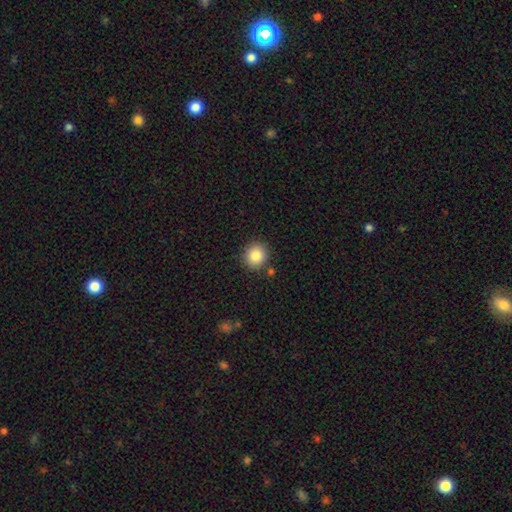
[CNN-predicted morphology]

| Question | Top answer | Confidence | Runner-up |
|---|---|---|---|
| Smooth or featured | smooth | 85% | star or artifact (9%) |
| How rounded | round | 87% | in between (12%) |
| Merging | none | 85% | minor disturbance (8%) |